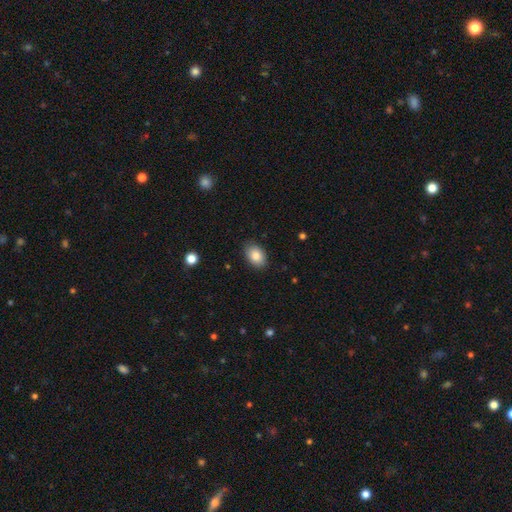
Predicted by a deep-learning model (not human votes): A smooth galaxy with no disk features (84%) that is in between round and cigar-shaped (86%). Merging: none (86%).